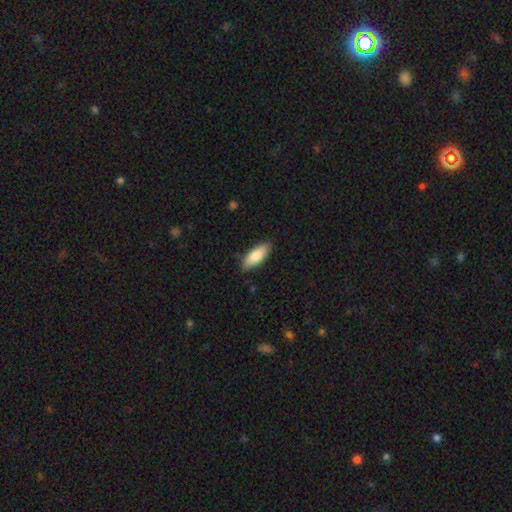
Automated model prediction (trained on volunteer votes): smooth_or_featured: smooth (p=0.82) [alt: featured or disk p=0.12]
how_rounded: in between (p=0.75) [alt: cigar-shaped p=0.23]
merging: none (p=0.85) [alt: minor disturbance p=0.12]